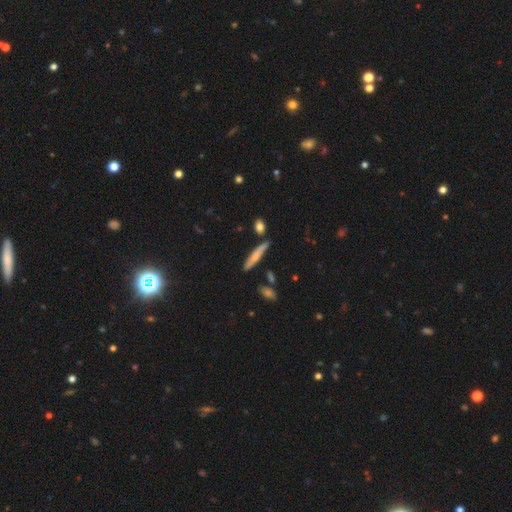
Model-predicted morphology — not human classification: Q: Smooth or featured?
A: smooth (60%); runner-up: featured or disk (33%)
Q: How rounded?
A: cigar-shaped (87%); runner-up: in between (11%)
Q: Merging?
A: none (76%); runner-up: minor disturbance (15%)